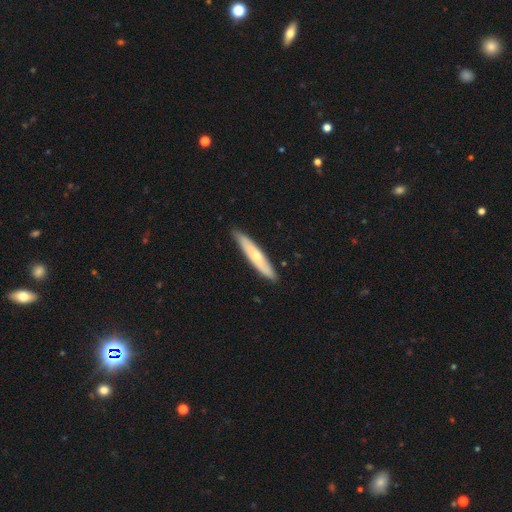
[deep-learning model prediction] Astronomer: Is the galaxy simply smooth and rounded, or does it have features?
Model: smooth — 50% (runner-up: featured or disk, 45%).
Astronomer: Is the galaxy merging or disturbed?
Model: none — 88%.